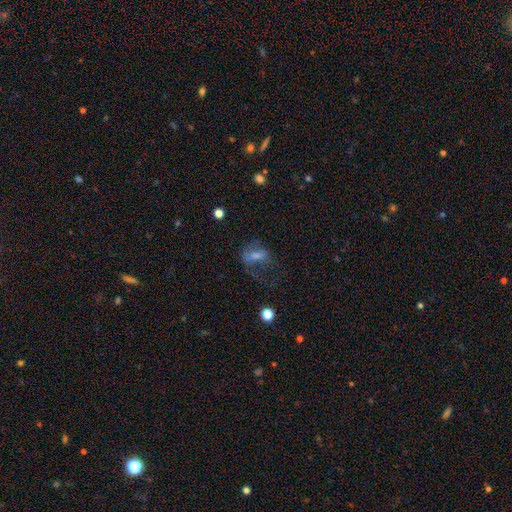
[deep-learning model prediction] The model was most divided on "merging": major disturbance: 39%, none: 38%, minor disturbance: 20%, merger: 3%. Remaining: smooth or featured — smooth (44%).